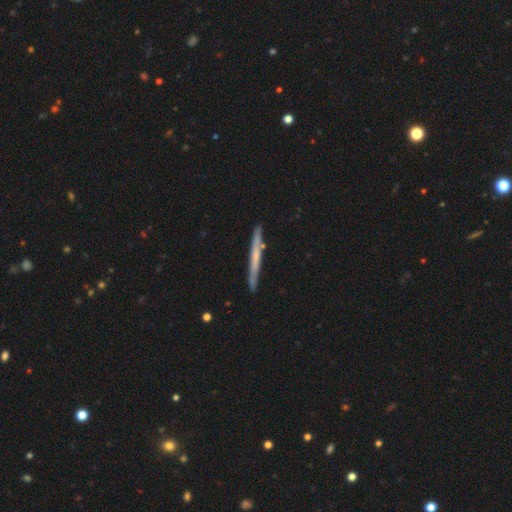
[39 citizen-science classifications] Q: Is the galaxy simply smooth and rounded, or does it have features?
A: smooth — 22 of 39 (56%).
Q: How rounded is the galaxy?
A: cigar-shaped — 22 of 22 (100%).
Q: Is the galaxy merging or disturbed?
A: none — 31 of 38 (82%).